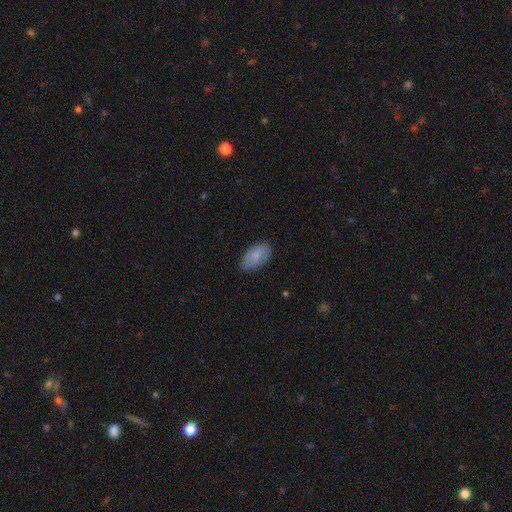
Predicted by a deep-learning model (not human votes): smooth-or-featured: smooth: 80% | featured or disk: 14% | star or artifact: 6%
  how-rounded: in between: 94% | round: 4% | cigar-shaped: 2%
  merging: none: 80% | minor disturbance: 16% | major disturbance: 3% | merger: 1%